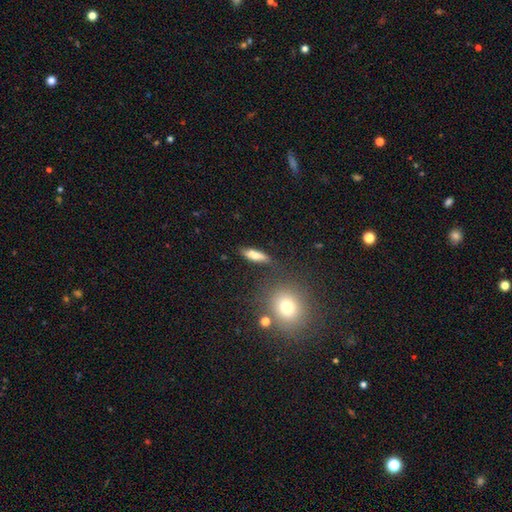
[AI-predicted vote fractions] Smooth or featured?
  - smooth: 71% *
  - featured or disk: 20%
  - star or artifact: 10%
How rounded?
  - cigar-shaped: 50% *
  - in between: 45%
  - round: 5%
Merging?
  - none: 65% *
  - minor disturbance: 18%
  - merger: 10%
  - major disturbance: 7%